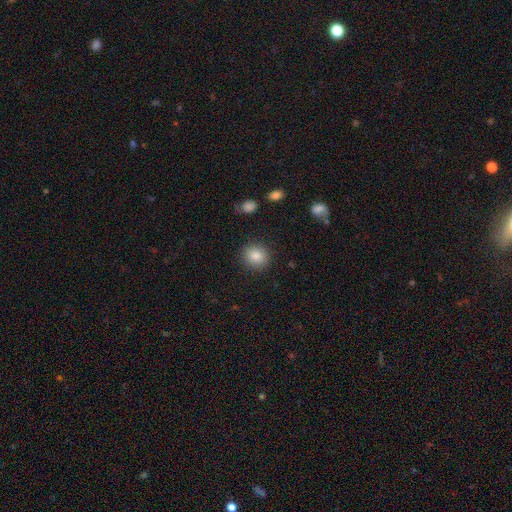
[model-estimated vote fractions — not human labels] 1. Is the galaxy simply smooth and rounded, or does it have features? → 85% smooth, 10% star or artifact, 6% featured or disk.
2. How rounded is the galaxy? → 80% round, 19% in between, 1% cigar-shaped.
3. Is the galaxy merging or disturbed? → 89% none, 7% minor disturbance, 3% major disturbance, 1% merger.